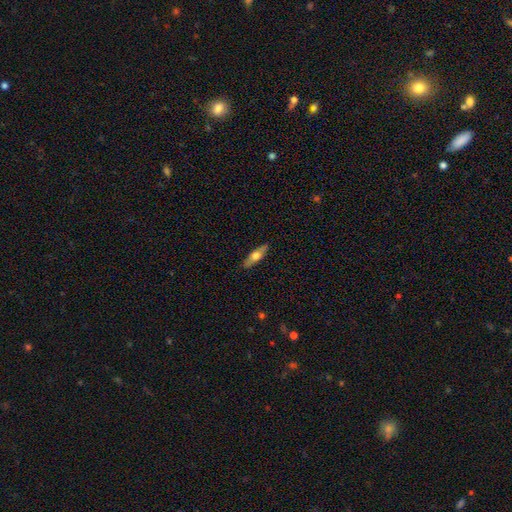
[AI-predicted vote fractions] Smooth or featured? smooth (52%)
How rounded? cigar-shaped (56%)
Merging? none (87%)